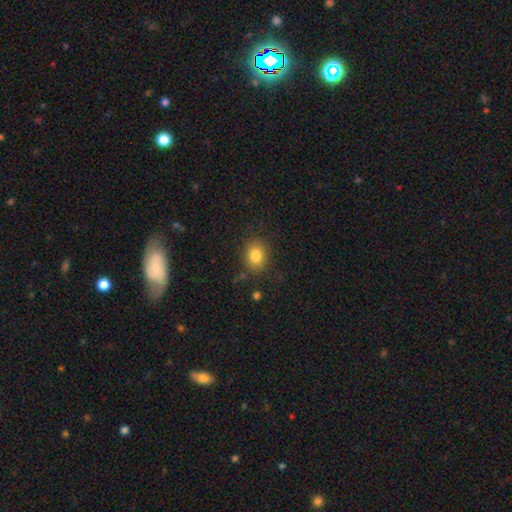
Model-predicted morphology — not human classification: type=smooth (82%); roundness=round (54%); merging=none (82%).